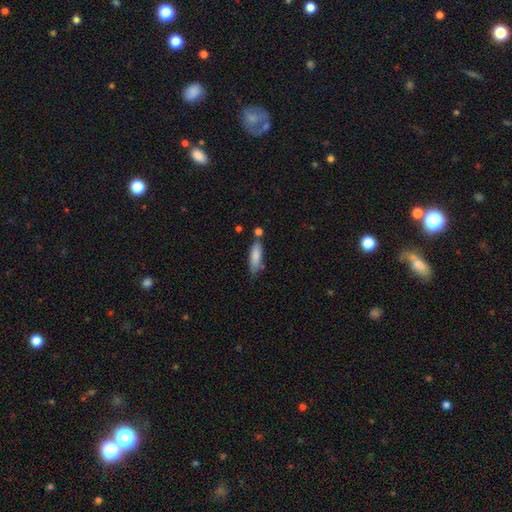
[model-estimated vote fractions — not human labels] Smooth or featured? smooth (83%)
How rounded? in between (52%)
Merging? none (63%)